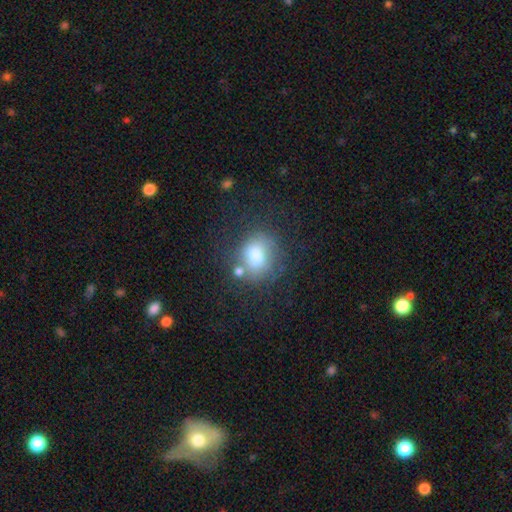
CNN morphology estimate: smooth 73%, featured or disk 15%, star or artifact 11%. Down the decision tree: how rounded — round (60%); merging — none (62%).